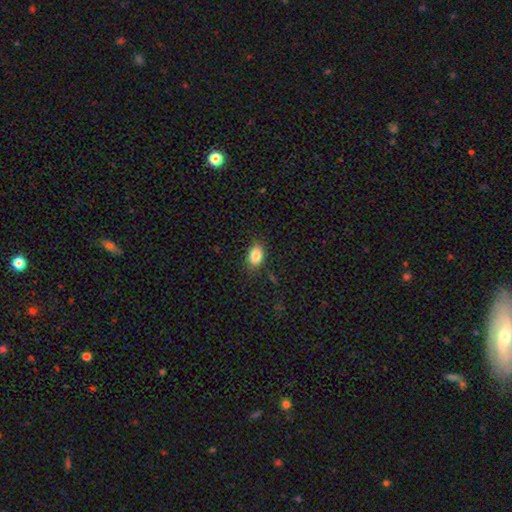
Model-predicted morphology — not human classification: A smooth galaxy with no disk features (85%) that is in between round and cigar-shaped (79%). Merging: none (84%).